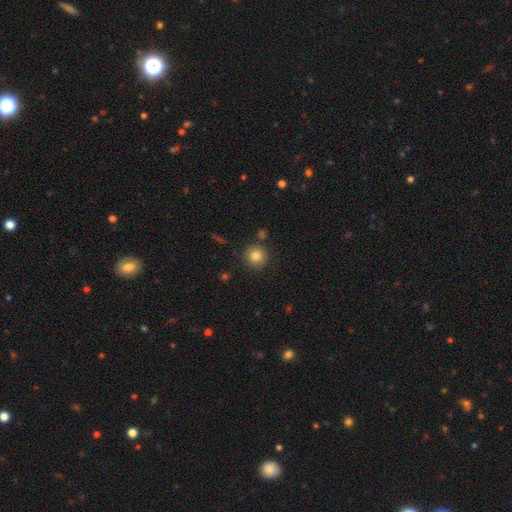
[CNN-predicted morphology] The model was most divided on "smooth or featured": smooth: 84%, star or artifact: 10%, featured or disk: 6%. More confident: how rounded — round (93%); merging — none (86%).